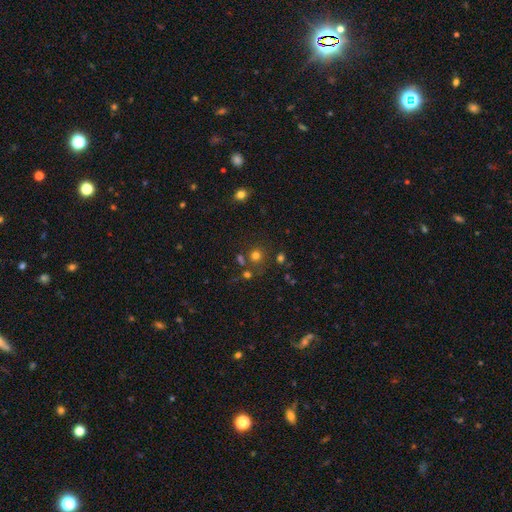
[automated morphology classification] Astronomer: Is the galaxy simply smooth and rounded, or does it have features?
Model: smooth — 70%.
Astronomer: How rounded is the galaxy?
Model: round — 87%.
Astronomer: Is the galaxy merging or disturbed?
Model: none — 72%.